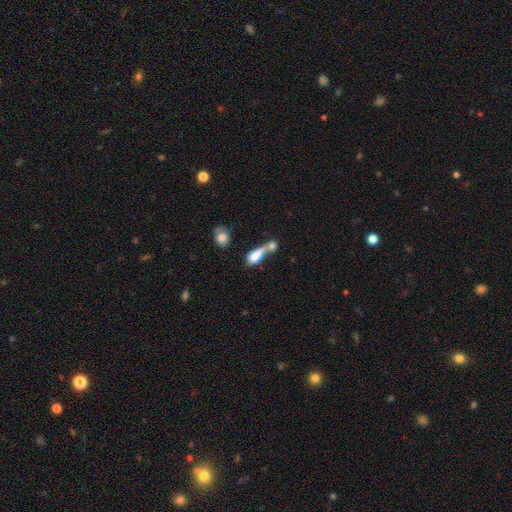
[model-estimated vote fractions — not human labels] Smooth or featured?
  - smooth: 71% *
  - featured or disk: 19%
  - star or artifact: 9%
How rounded?
  - in between: 70% *
  - cigar-shaped: 21%
  - round: 10%
Merging?
  - merger: 58% *
  - none: 18%
  - major disturbance: 13%
  - minor disturbance: 11%